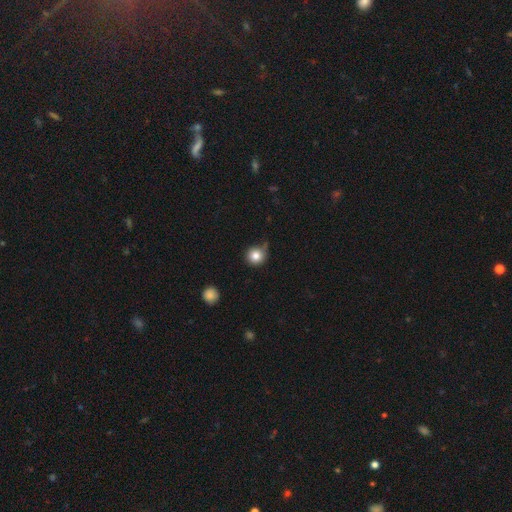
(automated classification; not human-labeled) Smooth or featured? smooth (82%)
How rounded? round (93%)
Merging? none (67%)